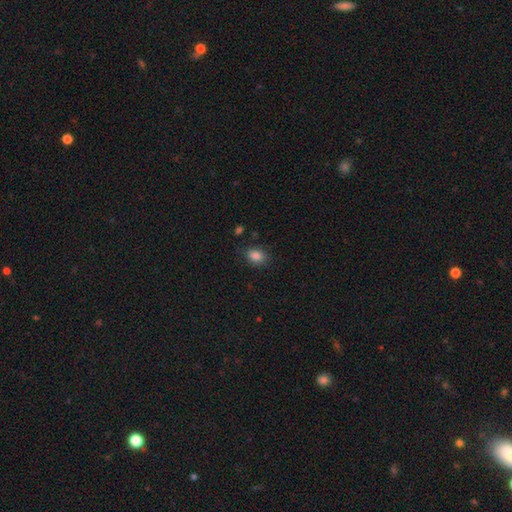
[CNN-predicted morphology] Overall: smooth (86%). How rounded: in between (68%; round 31%). Merging: none (81%).